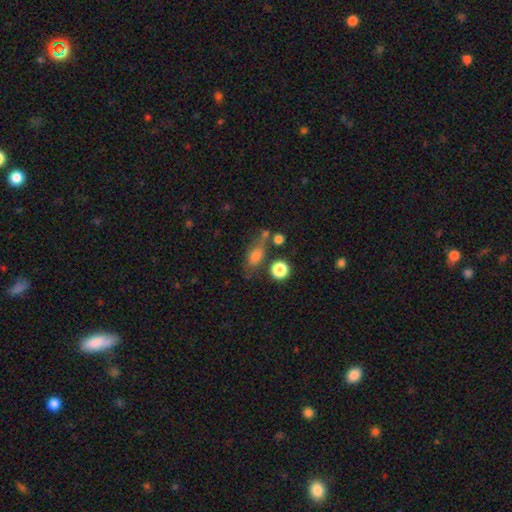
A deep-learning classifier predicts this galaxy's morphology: A smooth galaxy with no disk features (70%) that is in between round and cigar-shaped (66%).

Vote fractions:
- Smooth or featured? smooth: 70% / featured or disk: 16% / star or artifact: 14%
- How rounded? in between: 66% / round: 21% / cigar-shaped: 13%
- Merging? none: 52% / minor disturbance: 21% / merger: 15% / major disturbance: 12%